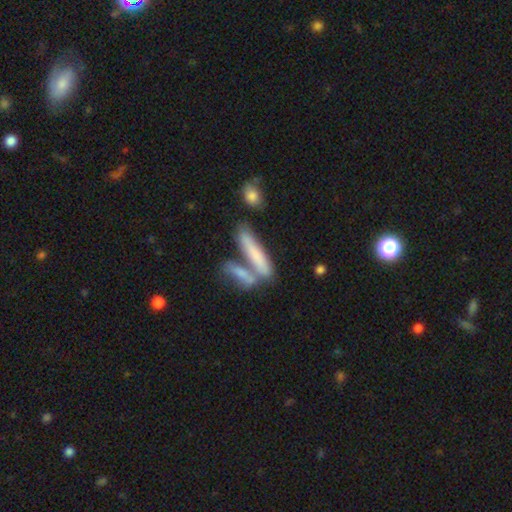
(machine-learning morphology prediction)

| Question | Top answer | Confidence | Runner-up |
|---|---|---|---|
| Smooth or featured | smooth | 68% | featured or disk (25%) |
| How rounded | cigar-shaped | 79% | in between (19%) |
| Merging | none | 45% | merger (38%) |